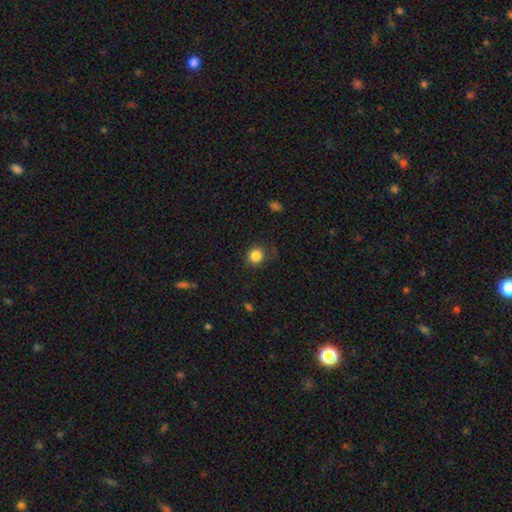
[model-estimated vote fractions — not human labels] Morphology: type=smooth (84%); roundness=round (90%); merging=none (83%).